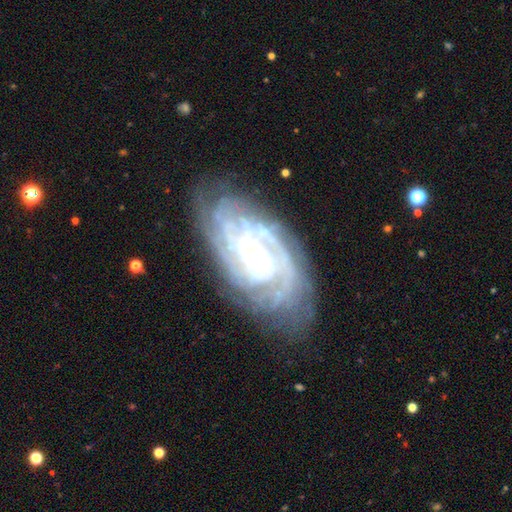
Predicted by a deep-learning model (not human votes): This appears to be a featured or disk galaxy (88%) with no bar (73%), tight (80%) spiral arms (97%) and a small central bulge (78%). Merging: none (74%).